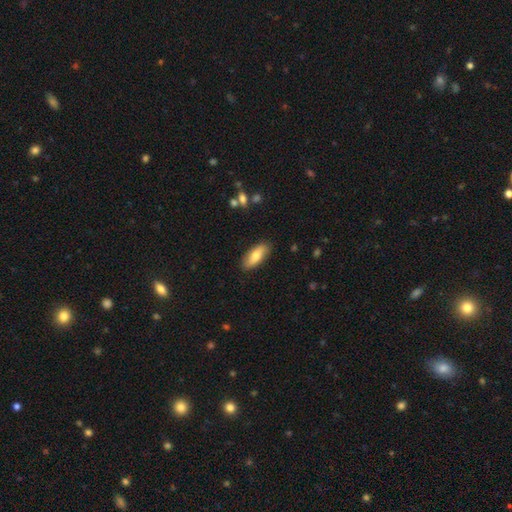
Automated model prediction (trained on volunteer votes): Smooth or featured? Predicted: smooth (p=0.73). How rounded? Predicted: in between (p=0.75). Merging? Predicted: none (p=0.86).